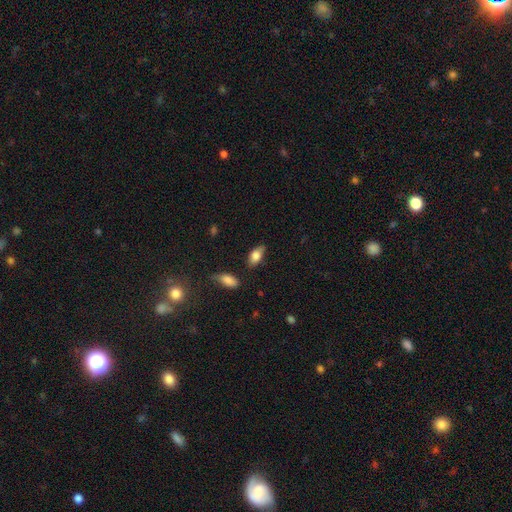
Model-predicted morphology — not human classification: The model was most divided on "merging": none: 73%, minor disturbance: 20%, major disturbance: 4%, merger: 3%. More confident: how rounded — in between (87%); smooth or featured — smooth (78%).